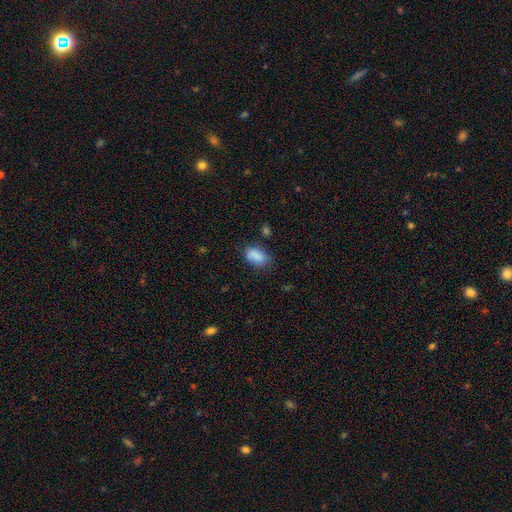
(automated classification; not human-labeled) smooth_or_featured: smooth (p=0.86) [alt: star or artifact p=0.08]
how_rounded: in between (p=0.90) [alt: round p=0.08]
merging: none (p=0.68) [alt: minor disturbance p=0.22]